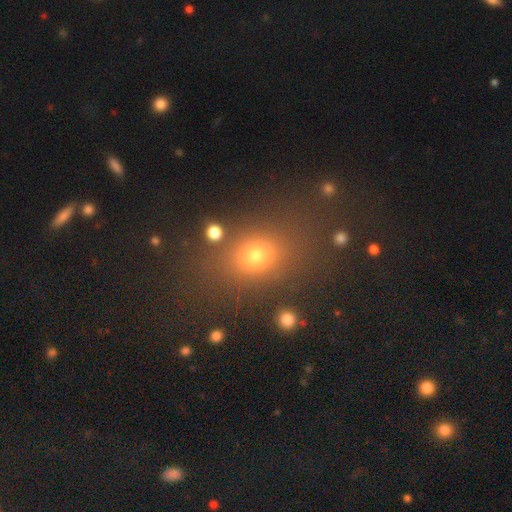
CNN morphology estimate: smooth_or_featured: smooth (p=0.73) [alt: star or artifact p=0.18]
how_rounded: in between (p=0.55) [alt: round p=0.42]
merging: none (p=0.76) [alt: minor disturbance p=0.12]